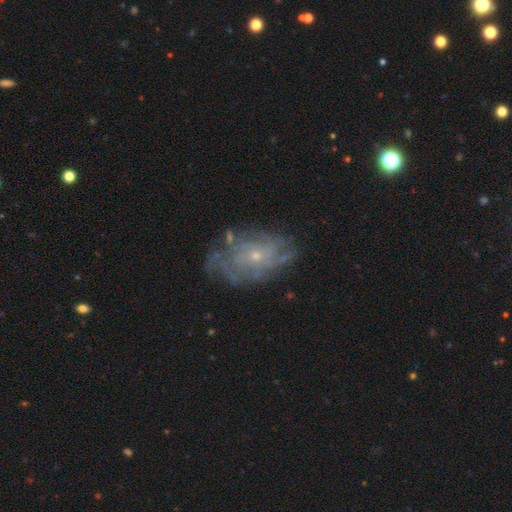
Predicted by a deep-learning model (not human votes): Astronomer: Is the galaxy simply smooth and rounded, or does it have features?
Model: featured or disk — 77%.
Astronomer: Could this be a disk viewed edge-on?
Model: no — 96%.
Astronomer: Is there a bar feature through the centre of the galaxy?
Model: no — 81%.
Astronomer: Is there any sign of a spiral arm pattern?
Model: yes — 79%.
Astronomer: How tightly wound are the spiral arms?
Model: tight — 57%.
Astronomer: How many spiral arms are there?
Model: can't tell — 55%.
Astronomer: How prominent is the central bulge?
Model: small — 76%.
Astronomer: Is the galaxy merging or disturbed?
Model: none — 66%.